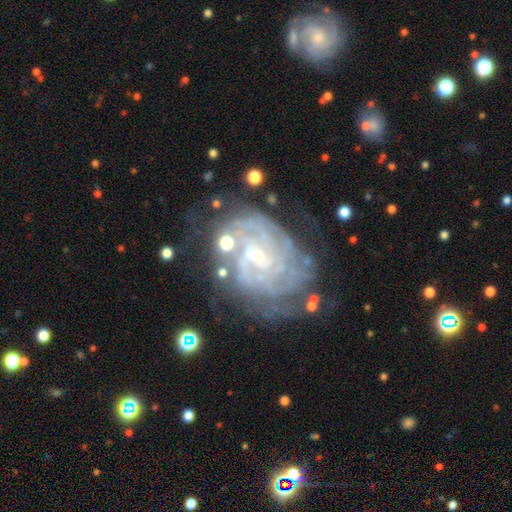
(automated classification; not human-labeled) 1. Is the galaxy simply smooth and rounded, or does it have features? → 84% featured or disk, 8% star or artifact, 8% smooth.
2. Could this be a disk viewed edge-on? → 98% no, 2% yes.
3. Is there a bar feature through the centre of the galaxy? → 46% weak, 41% no, 13% strong.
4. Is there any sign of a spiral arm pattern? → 92% yes, 8% no.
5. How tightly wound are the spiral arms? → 68% tight, 25% medium, 7% loose.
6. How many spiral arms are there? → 42% can't tell, 15% 4, 14% 3, 13% 2, 9% more than 4, 6% 1.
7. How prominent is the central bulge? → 74% small, 12% none, 12% moderate, 1% large, 1% dominant.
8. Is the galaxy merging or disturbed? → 57% none, 22% minor disturbance, 16% major disturbance, 6% merger.